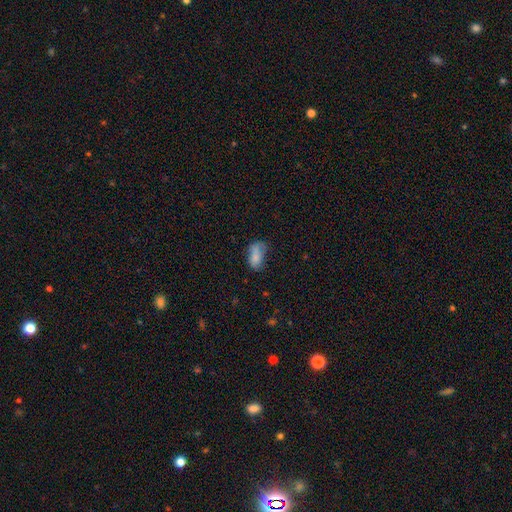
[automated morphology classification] type=smooth (77%); roundness=in between (90%); merging=none (40%).